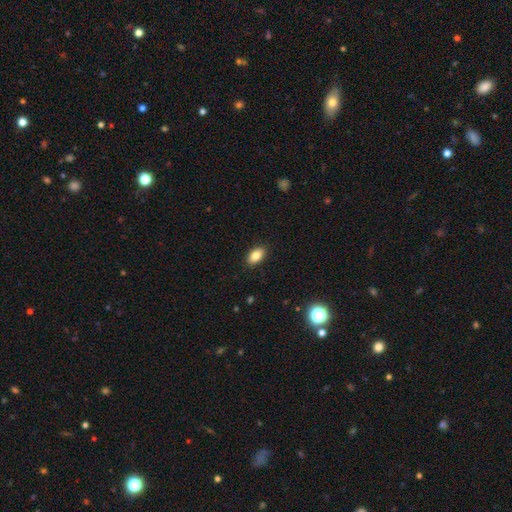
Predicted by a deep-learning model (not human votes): This is clearly a smooth galaxy (84%). How rounded: clearly in between (92%). Merging: clearly none (89%).